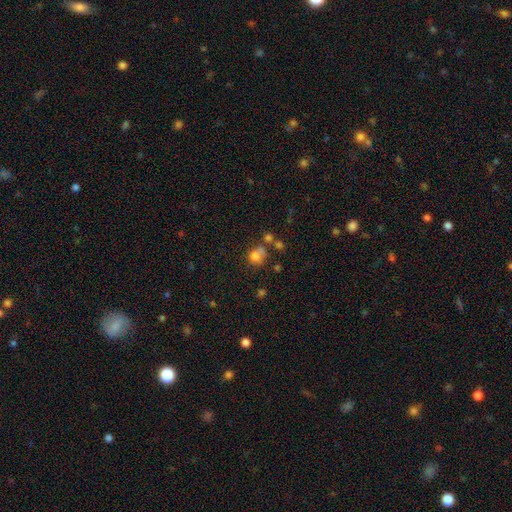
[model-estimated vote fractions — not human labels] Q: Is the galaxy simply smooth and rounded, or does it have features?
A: smooth — 75%.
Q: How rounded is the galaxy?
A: round — 74%.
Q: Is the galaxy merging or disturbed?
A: none — 47%.